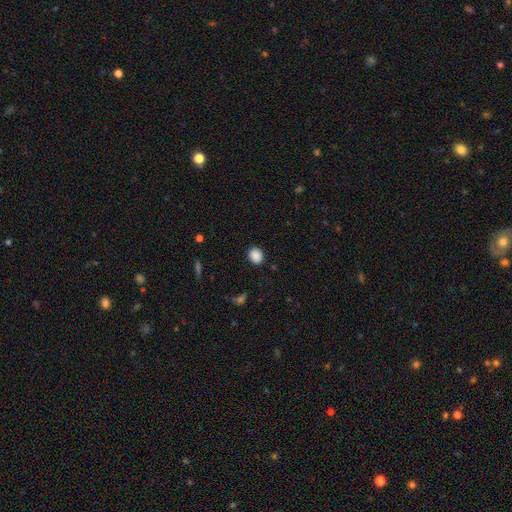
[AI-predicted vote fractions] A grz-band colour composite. It shows a smooth galaxy with no disk features (88%) that is round (67%). Merging: none (89%).